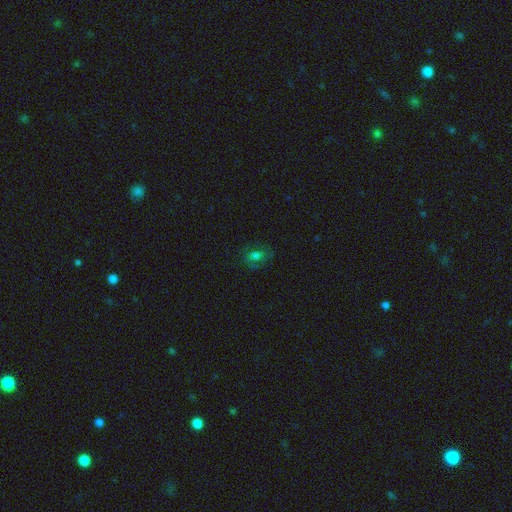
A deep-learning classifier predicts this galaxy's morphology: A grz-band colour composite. It shows a featured or disk galaxy (41%). Merging: none (69%).